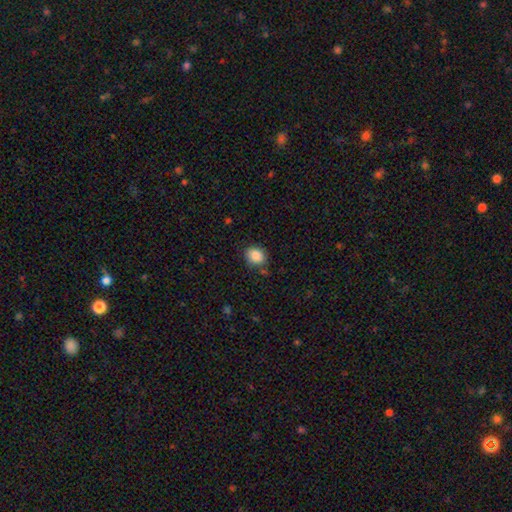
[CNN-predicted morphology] smooth-or-featured: smooth: 87% | star or artifact: 9% | featured or disk: 4%
  how-rounded: round: 51% | in between: 48% | cigar-shaped: 1%
  merging: none: 76% | minor disturbance: 16% | major disturbance: 4% | merger: 3%